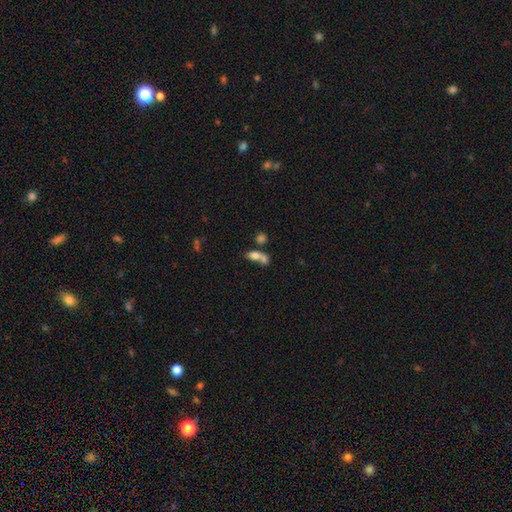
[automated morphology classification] The model was most divided on "merging": merger: 62%, none: 24%, minor disturbance: 8%, major disturbance: 6%. More confident: how rounded — in between (74%); smooth or featured — smooth (74%).